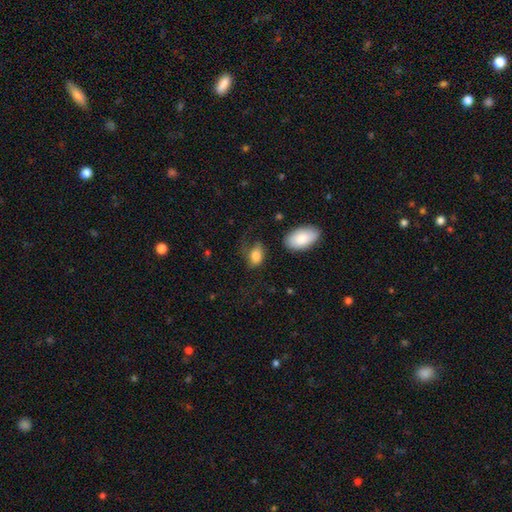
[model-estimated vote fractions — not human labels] A smooth galaxy with no disk features (81%) that is in between round and cigar-shaped (86%).

Vote fractions:
- Smooth or featured? smooth: 81% / featured or disk: 11% / star or artifact: 8%
- How rounded? in between: 86% / round: 12% / cigar-shaped: 2%
- Merging? none: 35% / major disturbance: 33% / minor disturbance: 28% / merger: 5%